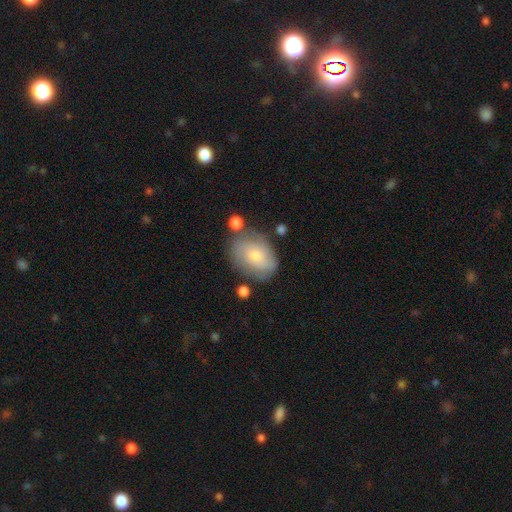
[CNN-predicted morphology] Smooth or featured: smooth — 62% (featured or disk — 31%)
How rounded: in between — 69% (round — 30%)
Merging: none — 63% (minor disturbance — 23%)